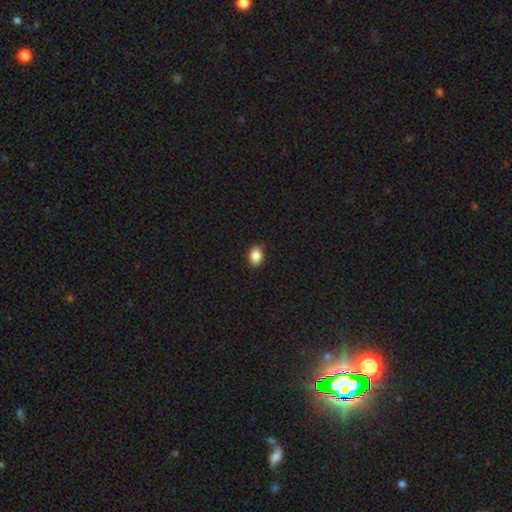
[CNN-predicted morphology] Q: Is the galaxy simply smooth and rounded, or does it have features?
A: smooth — 87%.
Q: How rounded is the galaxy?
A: in between — 72%.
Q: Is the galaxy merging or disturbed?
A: none — 87%.